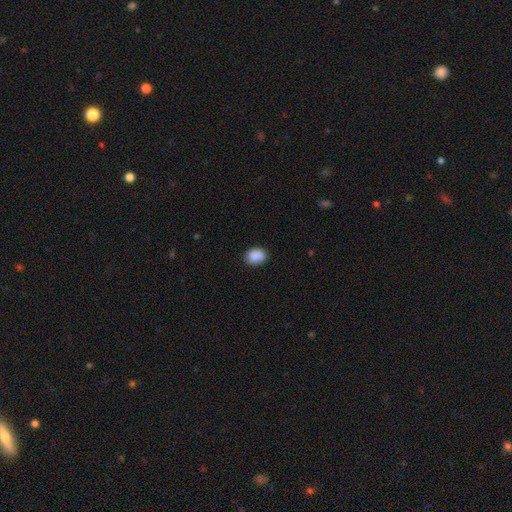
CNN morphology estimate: Smooth or featured? smooth (89%)
How rounded? in between (63%)
Merging? none (86%)